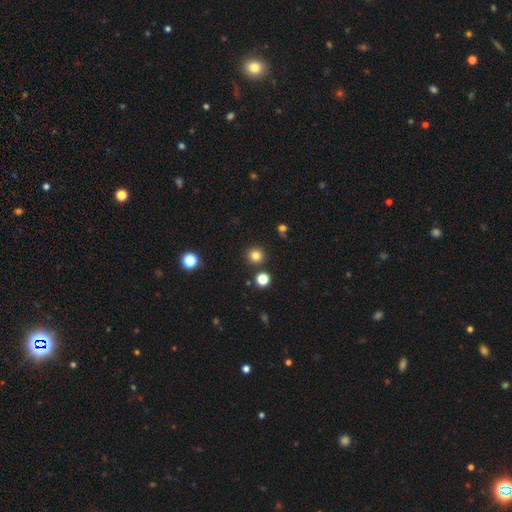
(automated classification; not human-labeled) Q: Smooth or featured?
A: smooth (81%); runner-up: star or artifact (14%)
Q: How rounded?
A: round (94%); runner-up: in between (5%)
Q: Merging?
A: none (89%); runner-up: minor disturbance (5%)